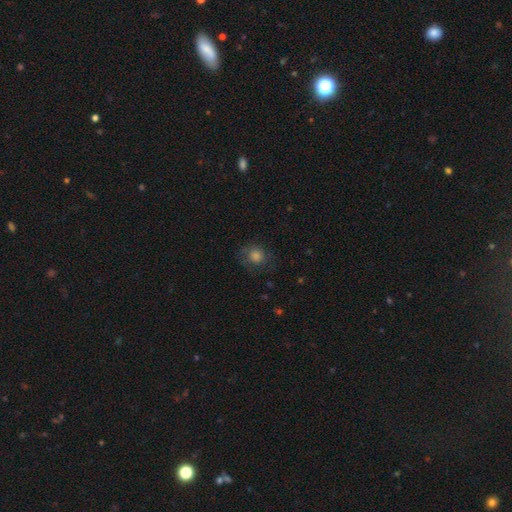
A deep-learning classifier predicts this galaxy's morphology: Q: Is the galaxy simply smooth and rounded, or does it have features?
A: smooth — 67%.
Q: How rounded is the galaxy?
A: round — 79%.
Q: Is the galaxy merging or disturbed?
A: none — 73%.